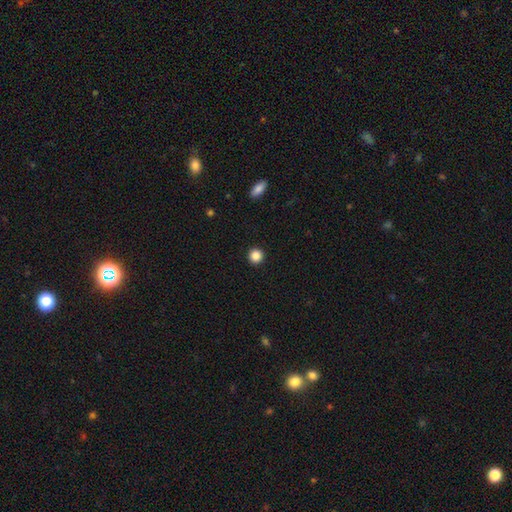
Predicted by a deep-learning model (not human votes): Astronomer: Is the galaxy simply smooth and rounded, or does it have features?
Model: smooth — 87%.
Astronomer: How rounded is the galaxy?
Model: round — 95%.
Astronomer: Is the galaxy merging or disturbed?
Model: none — 93%.